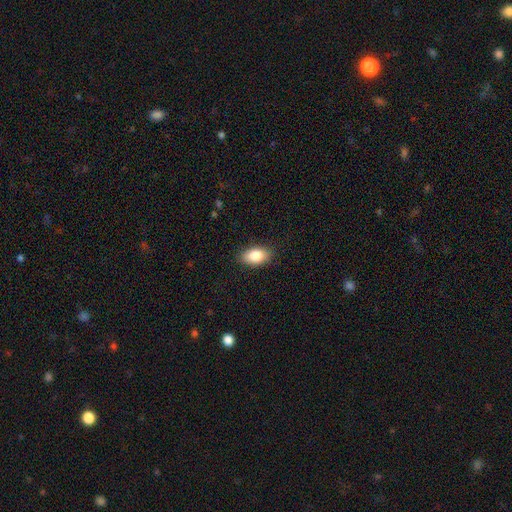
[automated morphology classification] A smooth galaxy with no disk features (86%) that is in between round and cigar-shaped (91%). Merging: none (86%).